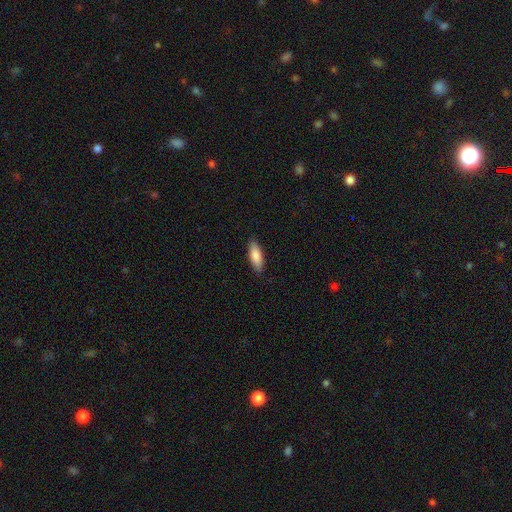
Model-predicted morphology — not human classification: smooth 85%, featured or disk 9%, star or artifact 6%. Down the decision tree: how rounded — in between (63%); merging — none (88%).